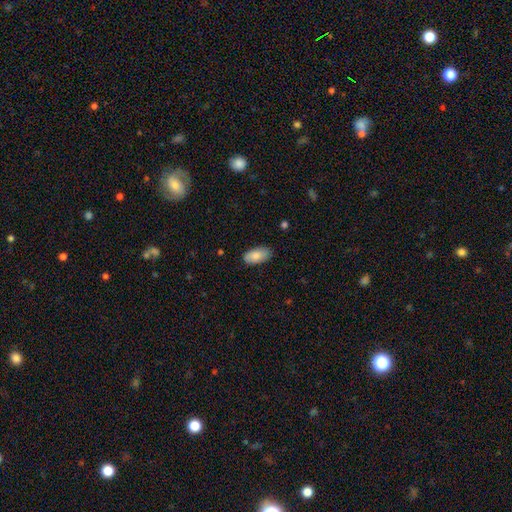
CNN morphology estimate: This appears to be a smooth galaxy with no disk features (85%) that is in between round and cigar-shaped (94%). Merging: none (82%).